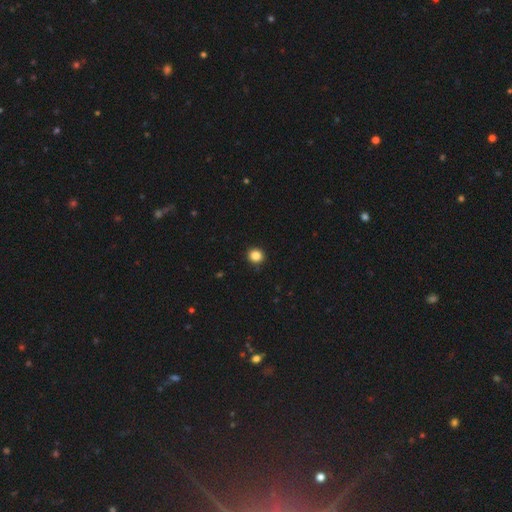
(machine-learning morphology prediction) type=smooth (86%); roundness=round (89%); merging=none (91%).